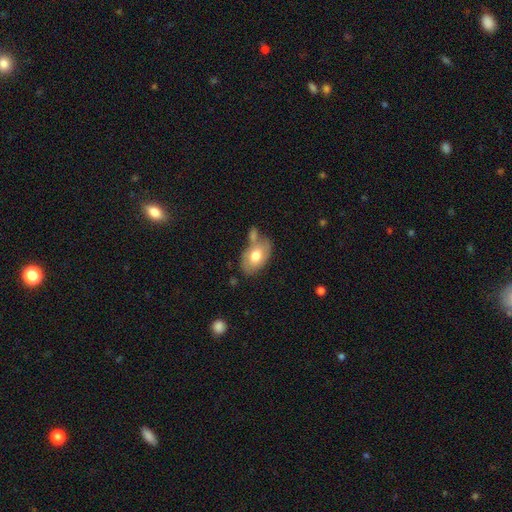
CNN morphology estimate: This appears to be a smooth galaxy with no disk features (67%) that is in between round and cigar-shaped (89%). Merging: none (51%).